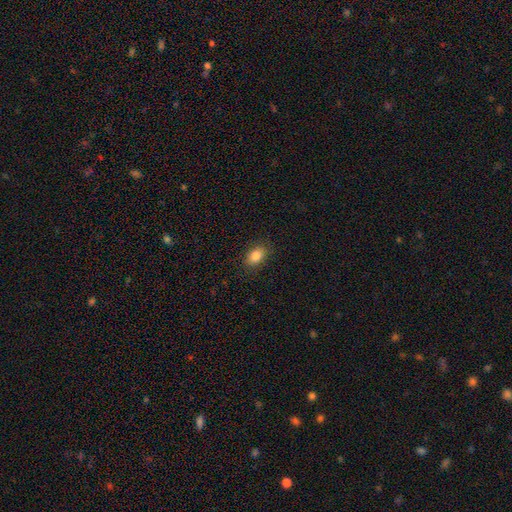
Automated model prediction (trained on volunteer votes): A smooth galaxy with no disk features (85%) that is in between round and cigar-shaped (83%).

Vote fractions:
- Smooth or featured? smooth: 85% / star or artifact: 9% / featured or disk: 6%
- How rounded? in between: 83% / round: 15% / cigar-shaped: 2%
- Merging? none: 86% / minor disturbance: 10% / major disturbance: 3% / merger: 1%